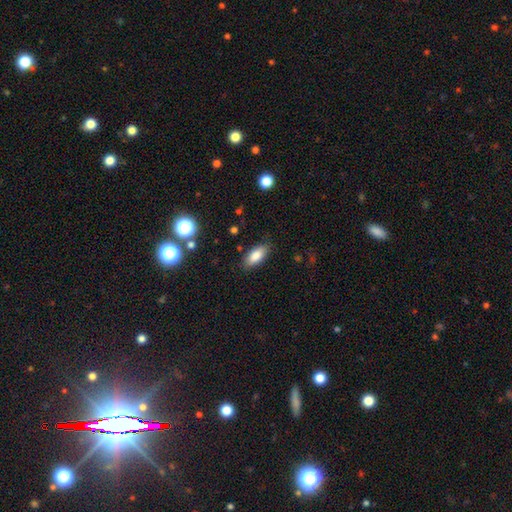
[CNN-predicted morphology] Smooth or featured?
  - smooth: 84% *
  - featured or disk: 8%
  - star or artifact: 8%
How rounded?
  - in between: 86% *
  - cigar-shaped: 12%
  - round: 3%
Merging?
  - none: 85% *
  - minor disturbance: 11%
  - major disturbance: 3%
  - merger: 1%